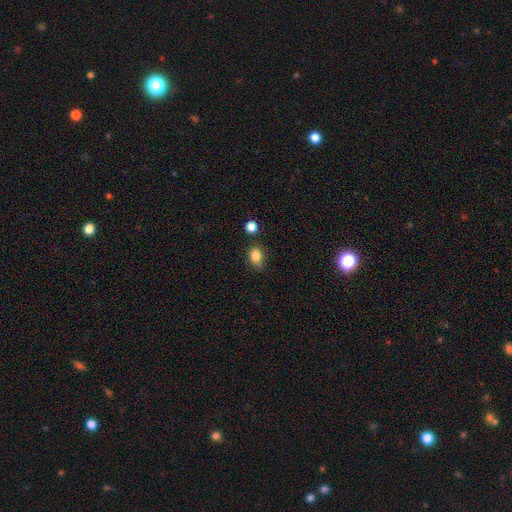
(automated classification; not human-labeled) Morphology: type=smooth (83%); roundness=in between (57%); merging=none (68%).